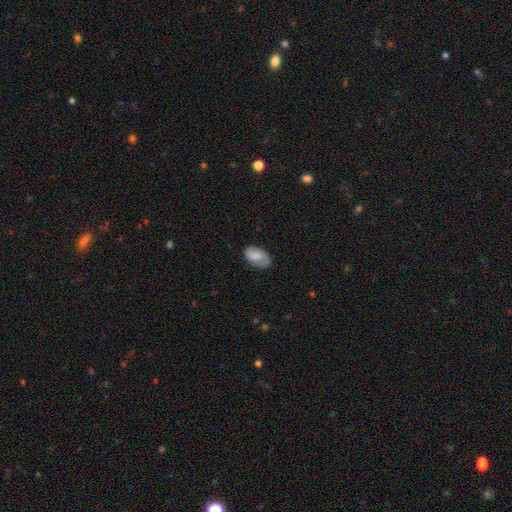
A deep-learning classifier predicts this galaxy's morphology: The model was most divided on "merging": none: 71%, minor disturbance: 22%, major disturbance: 6%, merger: 1%. More confident: how rounded — in between (92%); smooth or featured — smooth (73%).